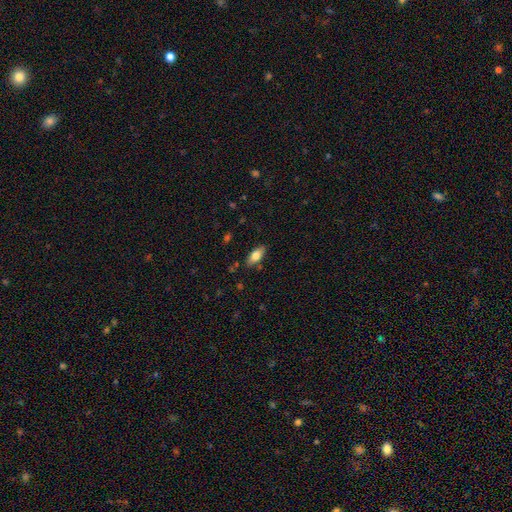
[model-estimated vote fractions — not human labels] Smooth or featured?
  - smooth: 73% *
  - featured or disk: 20%
  - star or artifact: 7%
How rounded?
  - in between: 81% *
  - cigar-shaped: 16%
  - round: 3%
Merging?
  - none: 84% *
  - minor disturbance: 12%
  - major disturbance: 2%
  - merger: 2%